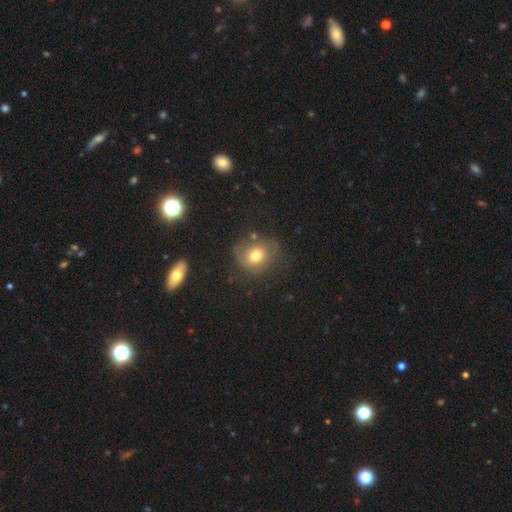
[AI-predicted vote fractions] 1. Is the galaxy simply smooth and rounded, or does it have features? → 70% smooth, 17% featured or disk, 13% star or artifact.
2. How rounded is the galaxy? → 71% round, 28% in between, 1% cigar-shaped.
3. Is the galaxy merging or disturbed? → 68% none, 19% minor disturbance, 9% major disturbance, 4% merger.